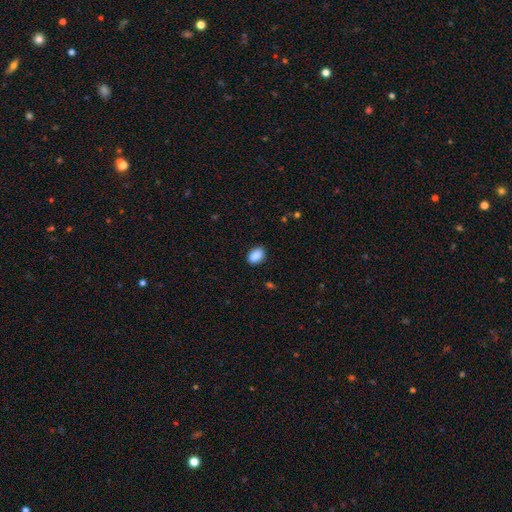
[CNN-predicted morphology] Smooth or featured? smooth (89%)
How rounded? in between (82%)
Merging? none (87%)